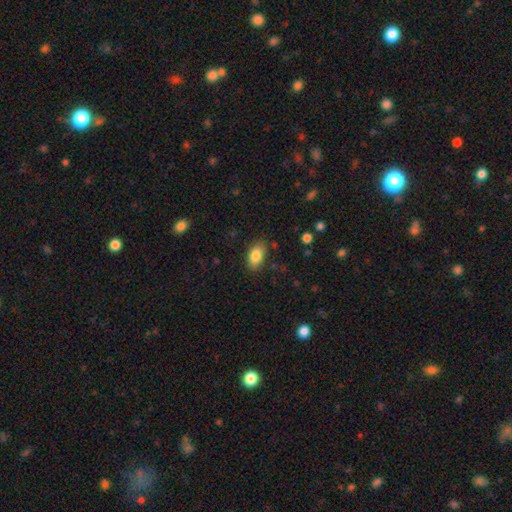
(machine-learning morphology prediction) A smooth galaxy with no disk features (85%) that is in between round and cigar-shaped (91%). Merging: none (82%).